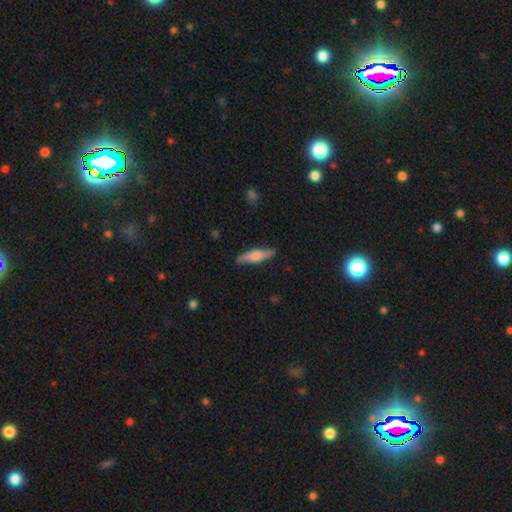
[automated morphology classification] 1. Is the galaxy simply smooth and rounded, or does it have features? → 54% smooth, 40% featured or disk, 6% star or artifact.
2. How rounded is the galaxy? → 76% cigar-shaped, 22% in between, 2% round.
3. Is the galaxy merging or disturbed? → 85% none, 11% minor disturbance, 2% major disturbance, 1% merger.